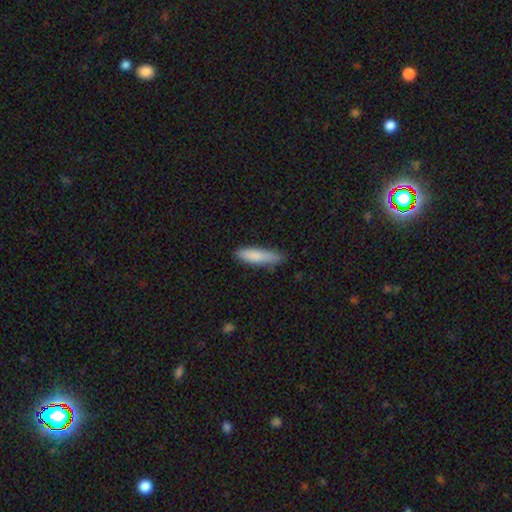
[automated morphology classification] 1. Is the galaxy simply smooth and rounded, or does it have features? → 83% smooth, 11% featured or disk, 6% star or artifact.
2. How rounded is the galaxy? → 72% cigar-shaped, 26% in between, 2% round.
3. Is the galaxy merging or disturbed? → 70% none, 24% minor disturbance, 4% major disturbance, 2% merger.